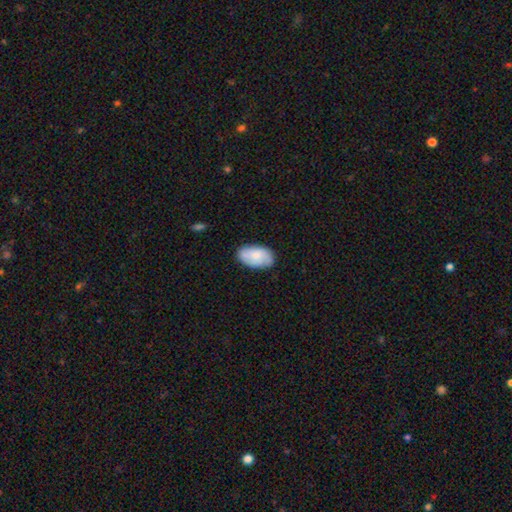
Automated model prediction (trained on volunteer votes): smooth-or-featured: smooth: 59% | featured or disk: 35% | star or artifact: 6%
  how-rounded: in between: 93% | round: 5% | cigar-shaped: 2%
  merging: none: 77% | minor disturbance: 18% | major disturbance: 3% | merger: 1%